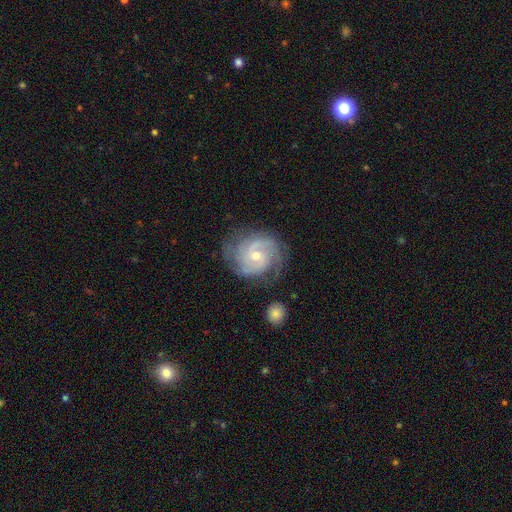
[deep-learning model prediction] A featured or disk galaxy (87%) with no bar (60%), 2 (44%) tight (54%) spiral arms (97%) and a small central bulge (52%). Merging: none (74%).